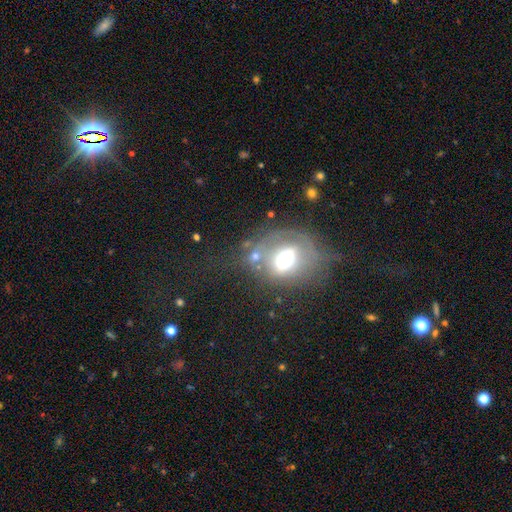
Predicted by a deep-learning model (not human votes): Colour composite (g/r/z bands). It shows a smooth galaxy with no disk features (44%). Merging: none (41%).